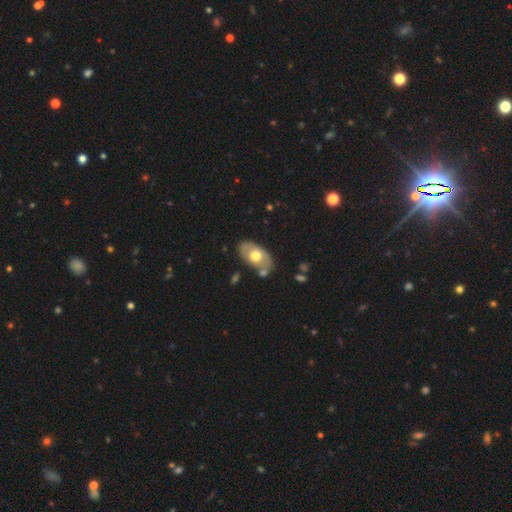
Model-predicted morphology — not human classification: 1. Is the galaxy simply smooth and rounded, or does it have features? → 51% smooth, 43% featured or disk, 5% star or artifact.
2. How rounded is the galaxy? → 90% in between, 9% round, 2% cigar-shaped.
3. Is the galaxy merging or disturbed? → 68% none, 17% minor disturbance, 10% merger, 5% major disturbance.